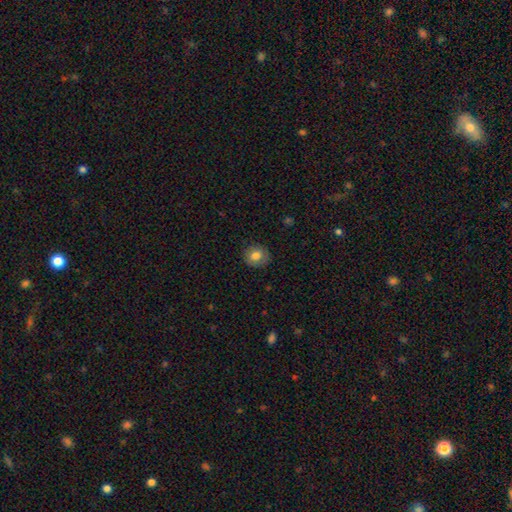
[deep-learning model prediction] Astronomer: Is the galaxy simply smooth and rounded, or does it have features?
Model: smooth — 78%.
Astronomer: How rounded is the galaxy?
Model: round — 76%.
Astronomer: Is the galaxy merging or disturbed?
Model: none — 85%.